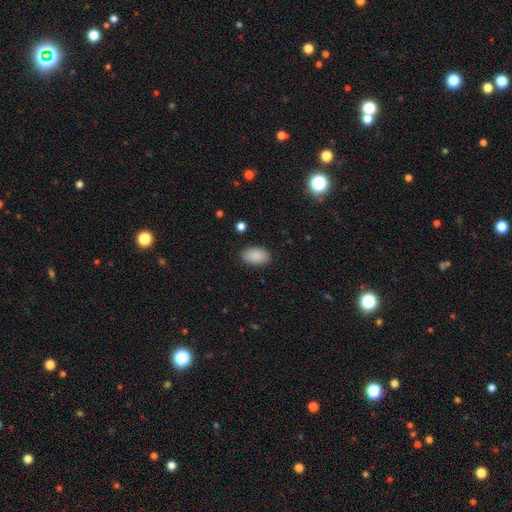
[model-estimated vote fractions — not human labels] Overall: smooth (90%). How rounded: in between (92%). Merging: none (87%).